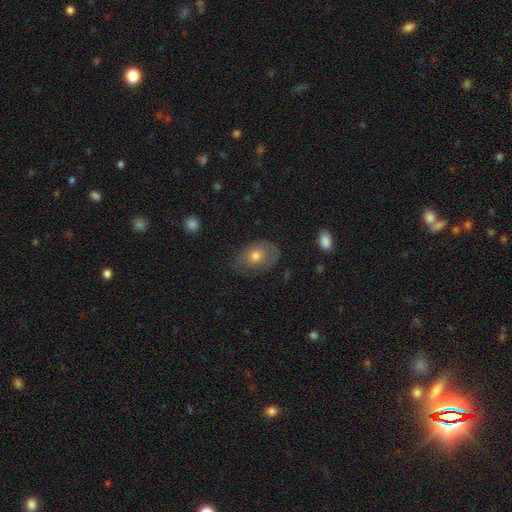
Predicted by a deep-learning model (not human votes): Smooth or featured: smooth — 57% (featured or disk — 34%)
How rounded: in between — 77% (round — 22%)
Merging: none — 64% (minor disturbance — 24%)